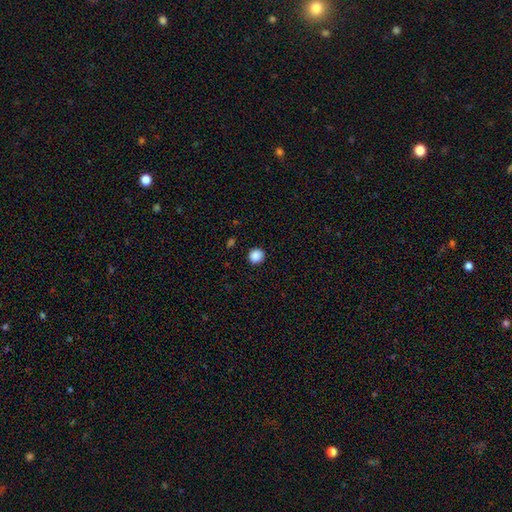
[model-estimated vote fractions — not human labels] A smooth galaxy with no disk features (88%) that is round (92%). Merging: none (92%).